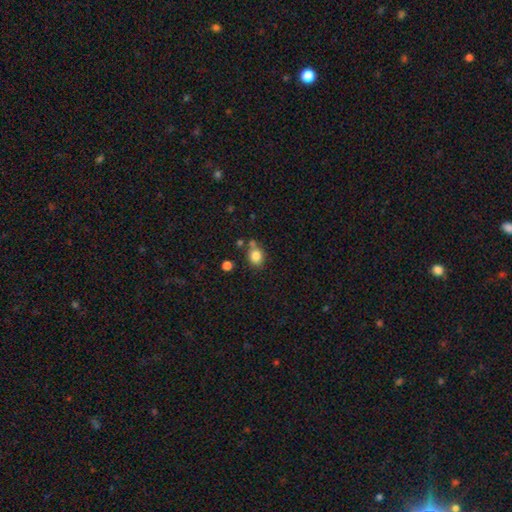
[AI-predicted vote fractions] Q: Smooth or featured?
A: smooth (82%); runner-up: star or artifact (11%)
Q: How rounded?
A: round (58%); runner-up: in between (41%)
Q: Merging?
A: none (64%); runner-up: merger (16%)